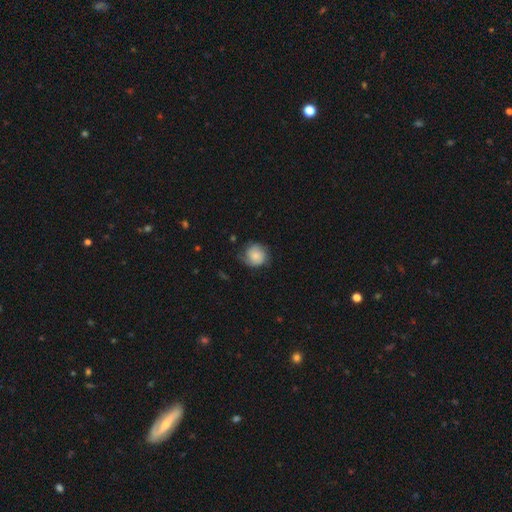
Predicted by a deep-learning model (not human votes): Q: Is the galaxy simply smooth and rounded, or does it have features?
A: smooth — 71%.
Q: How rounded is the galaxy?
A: round — 83%.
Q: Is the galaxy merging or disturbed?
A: none — 61%.